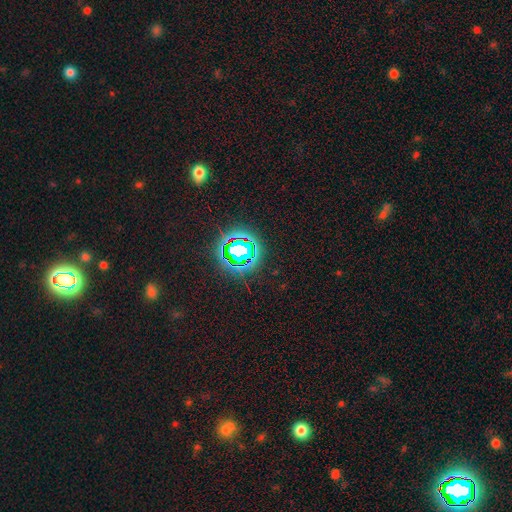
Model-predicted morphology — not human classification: A star or artifact, not a galaxy (77%).

Vote fractions:
- Smooth or featured? star or artifact: 77% / smooth: 16% / featured or disk: 8%